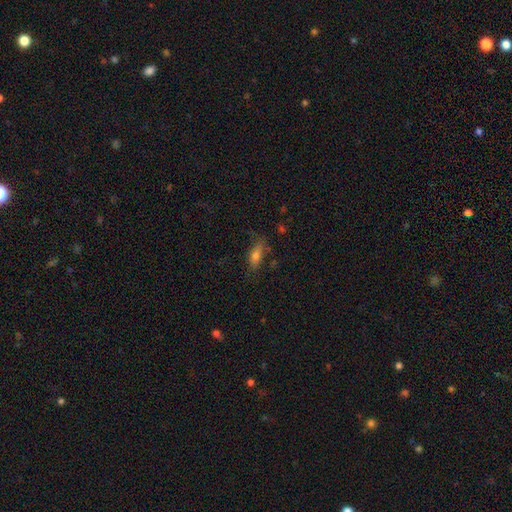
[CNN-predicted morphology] This is likely a smooth galaxy (68%). How rounded: likely in between (63%). Merging: likely none (69%).